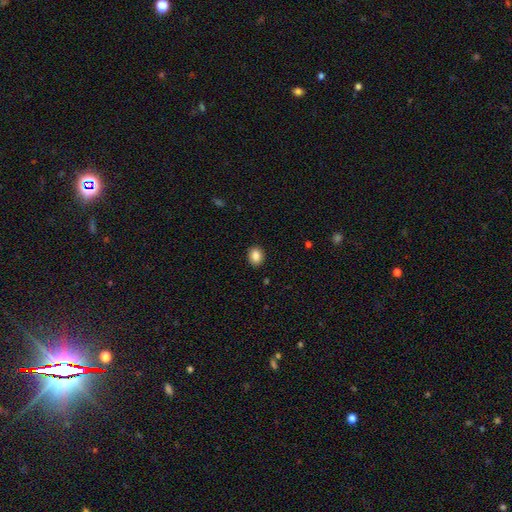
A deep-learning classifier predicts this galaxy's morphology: Smooth or featured? smooth (86%)
How rounded? round (52%)
Merging? none (90%)